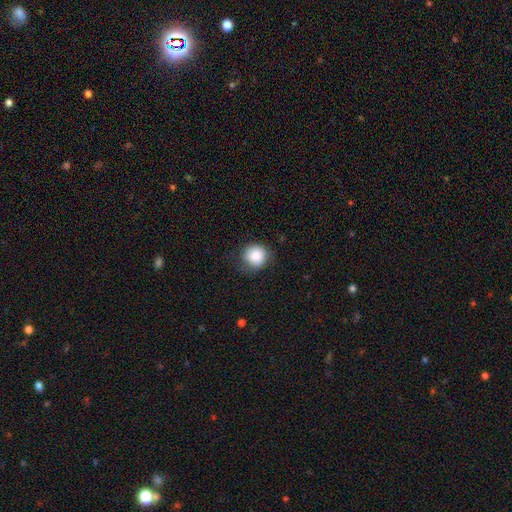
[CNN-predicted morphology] Overall: smooth (83%). How rounded: round (89%). Merging: none (72%).